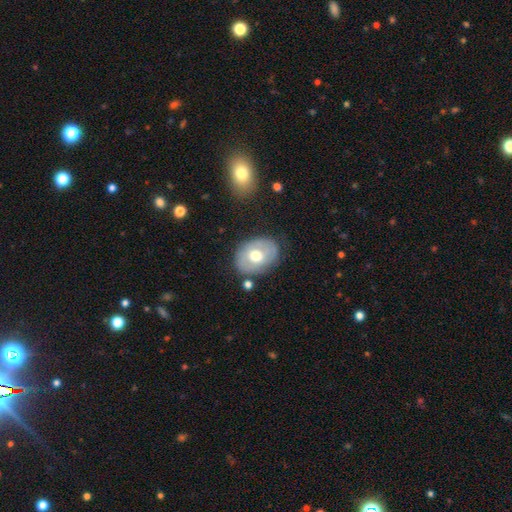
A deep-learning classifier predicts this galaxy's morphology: Overall: smooth (52%; featured or disk 42%). How rounded: in between (69%; round 30%). Merging: none (74%).